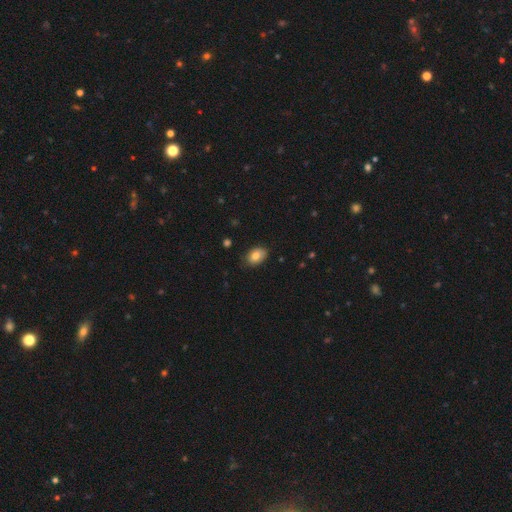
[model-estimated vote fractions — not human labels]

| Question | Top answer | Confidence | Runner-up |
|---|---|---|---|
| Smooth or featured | smooth | 82% | featured or disk (9%) |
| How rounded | in between | 83% | round (16%) |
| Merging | none | 83% | minor disturbance (14%) |